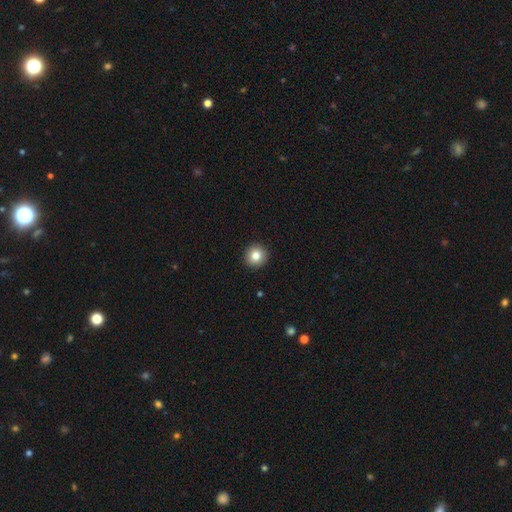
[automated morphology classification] This appears to be a smooth galaxy with no disk features (82%) that is round (94%). Merging: none (93%).